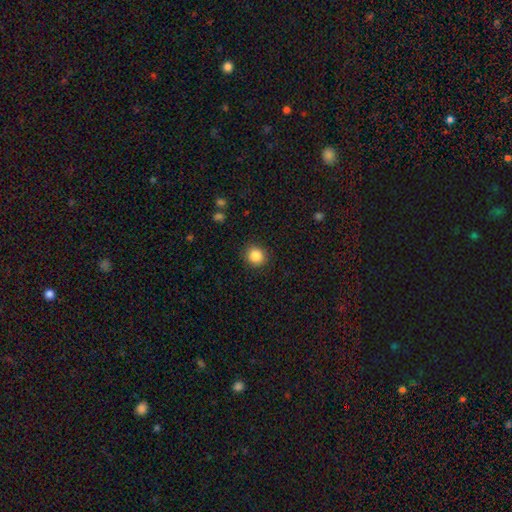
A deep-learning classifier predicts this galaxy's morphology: smooth-or-featured: smooth: 86% | star or artifact: 10% | featured or disk: 5%
  how-rounded: round: 88% | in between: 11% | cigar-shaped: 1%
  merging: none: 90% | minor disturbance: 6% | major disturbance: 2% | merger: 1%